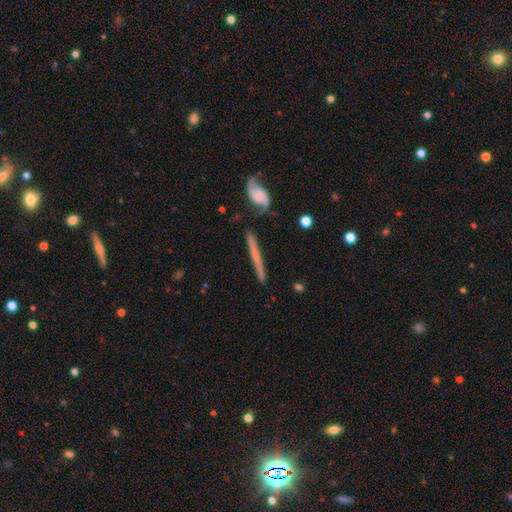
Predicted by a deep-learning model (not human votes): Q: Smooth or featured?
A: featured or disk (59%); runner-up: smooth (33%)
Q: Edge-on disk?
A: yes (87%); runner-up: no (13%)
Q: Edge-on bulge?
A: none (74%); runner-up: rounded (20%)
Q: Merging?
A: none (77%); runner-up: minor disturbance (13%)